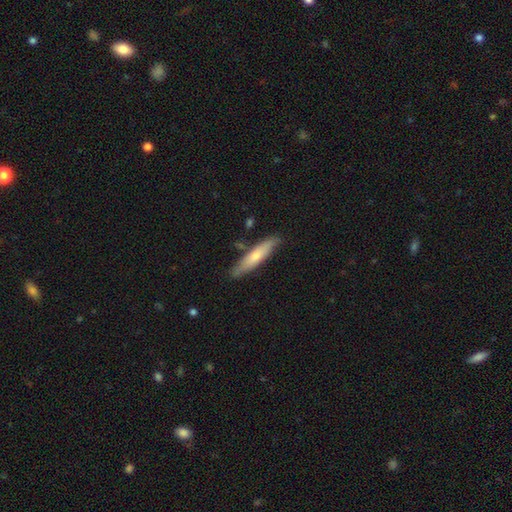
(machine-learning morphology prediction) A smooth galaxy with no disk features (60%) that is cigar-shaped (83%). Merging: none (81%).